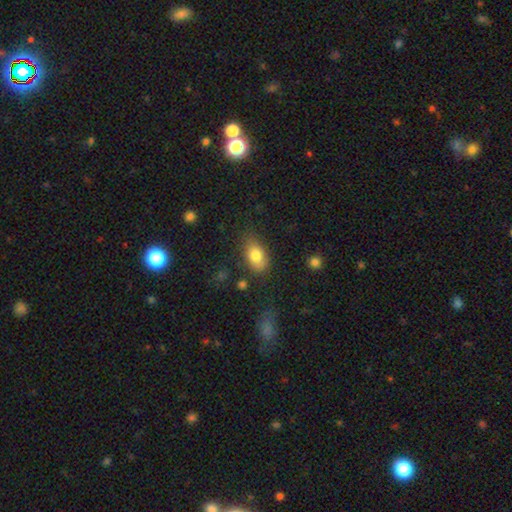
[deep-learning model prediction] The model was most divided on "merging": none: 65%, minor disturbance: 24%, major disturbance: 7%, merger: 3%. More confident: how rounded — in between (86%); smooth or featured — smooth (80%).